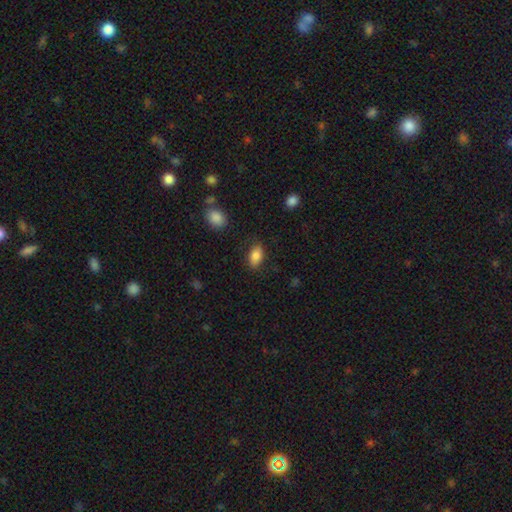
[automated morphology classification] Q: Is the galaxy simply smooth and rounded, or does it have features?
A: smooth — 84%.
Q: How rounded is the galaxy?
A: in between — 89%.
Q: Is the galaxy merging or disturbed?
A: none — 82%.